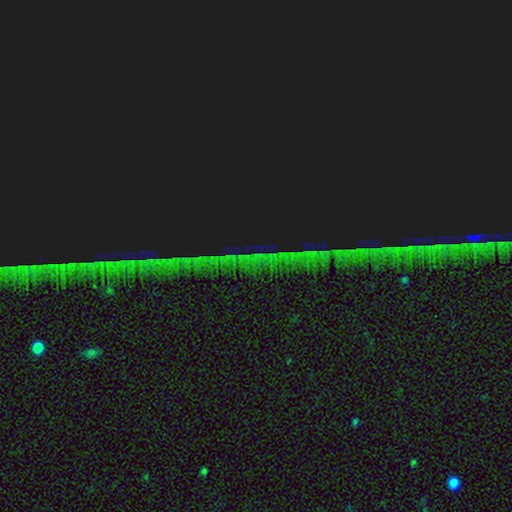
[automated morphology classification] star or artifact 85%, featured or disk 8%, smooth 7%.